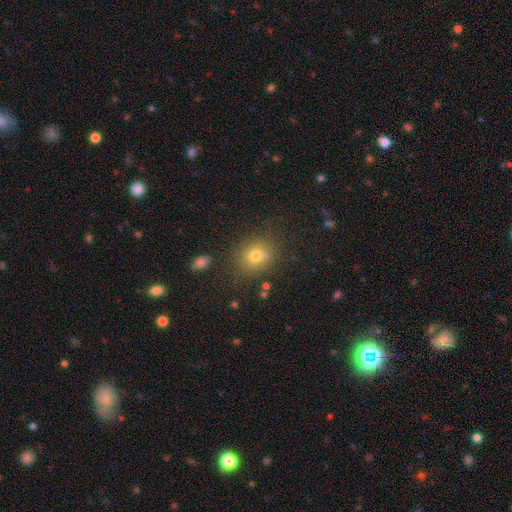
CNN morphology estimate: The model was most divided on "how rounded": round: 63%, in between: 36%, cigar-shaped: 1%. More confident: merging — none (79%); smooth or featured — smooth (75%).